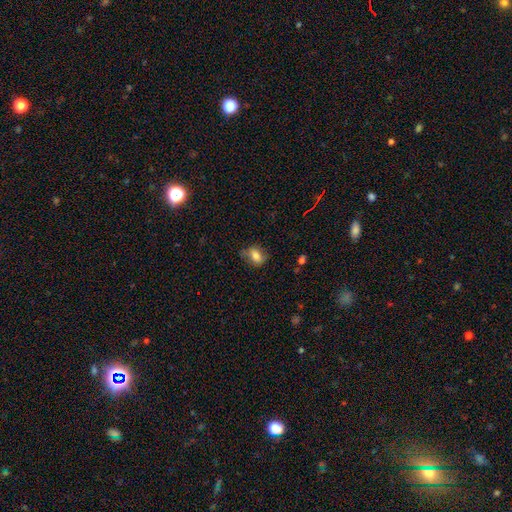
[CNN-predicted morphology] Smooth or featured?
  - smooth: 74% *
  - featured or disk: 17%
  - star or artifact: 9%
How rounded?
  - in between: 69% *
  - round: 29%
  - cigar-shaped: 2%
Merging?
  - none: 67% *
  - minor disturbance: 24%
  - major disturbance: 7%
  - merger: 2%